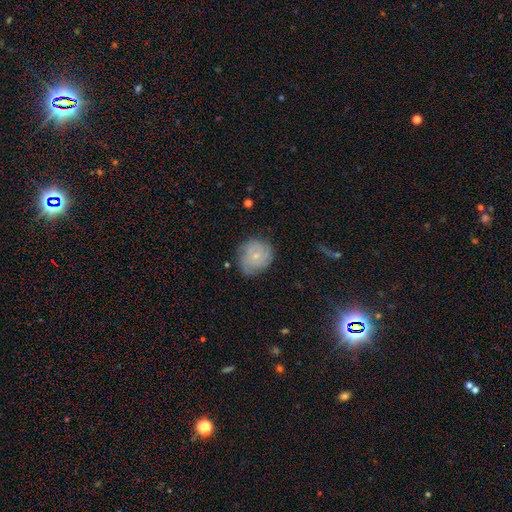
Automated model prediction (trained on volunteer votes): smooth_or_featured: featured or disk (p=0.51) [alt: smooth p=0.40]
disk_edge_on: no (p=0.97) [alt: yes p=0.03]
merging: none (p=0.71) [alt: minor disturbance p=0.22]